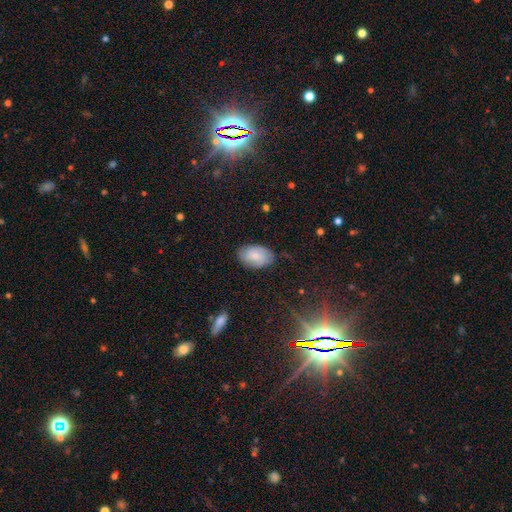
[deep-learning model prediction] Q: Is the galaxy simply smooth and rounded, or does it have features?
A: smooth — 64%.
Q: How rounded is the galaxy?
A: in between — 90%.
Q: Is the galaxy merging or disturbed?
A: none — 78%.